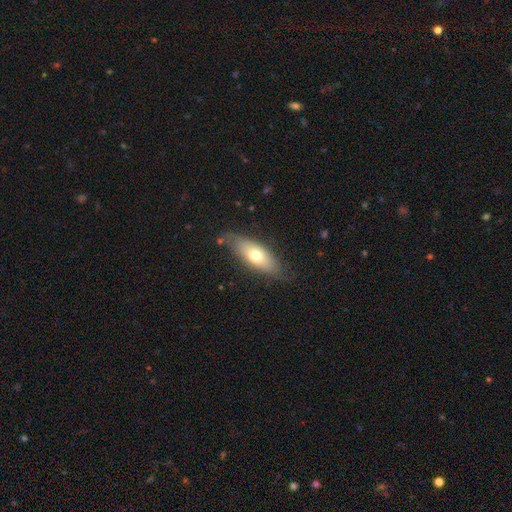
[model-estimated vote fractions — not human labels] Smooth or featured? Predicted: smooth (p=0.64). How rounded? Predicted: in between (p=0.72). Merging? Predicted: none (p=0.72).